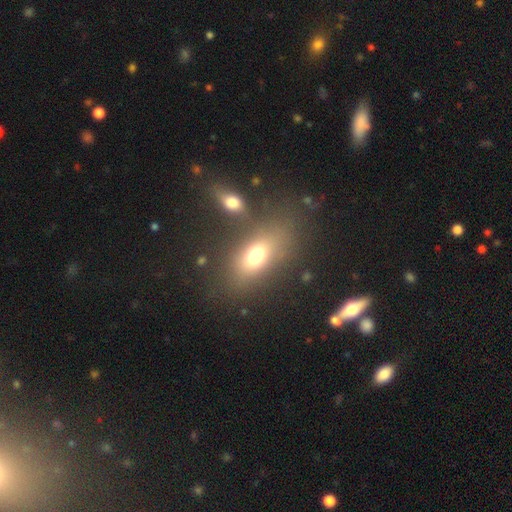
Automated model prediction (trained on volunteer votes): Smooth or featured?
  - smooth: 71% *
  - featured or disk: 16%
  - star or artifact: 13%
How rounded?
  - in between: 80% *
  - round: 14%
  - cigar-shaped: 6%
Merging?
  - none: 65% *
  - minor disturbance: 13%
  - merger: 13%
  - major disturbance: 9%